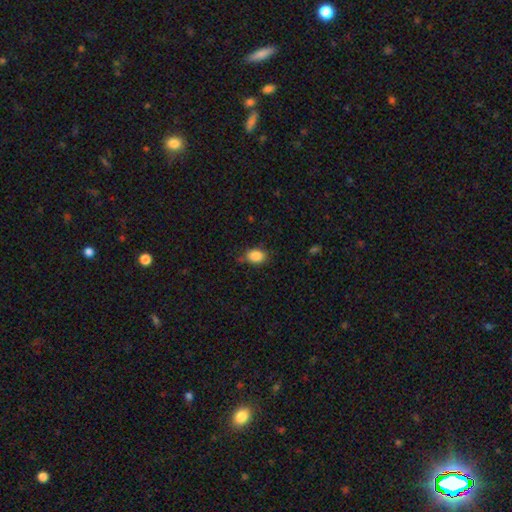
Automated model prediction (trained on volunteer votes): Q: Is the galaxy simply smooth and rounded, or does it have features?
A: smooth — 87%.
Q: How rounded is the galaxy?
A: in between — 73%.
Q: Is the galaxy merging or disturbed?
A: none — 70%.